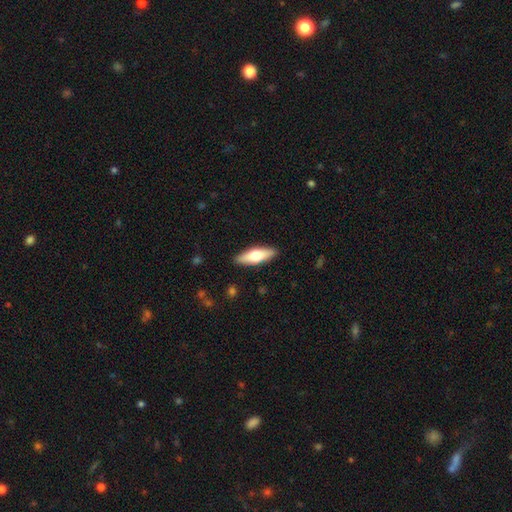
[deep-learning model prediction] smooth 61%, featured or disk 34%, star or artifact 5%. Down the decision tree: how rounded — in between (49%, tied with cigar-shaped); merging — none (90%).